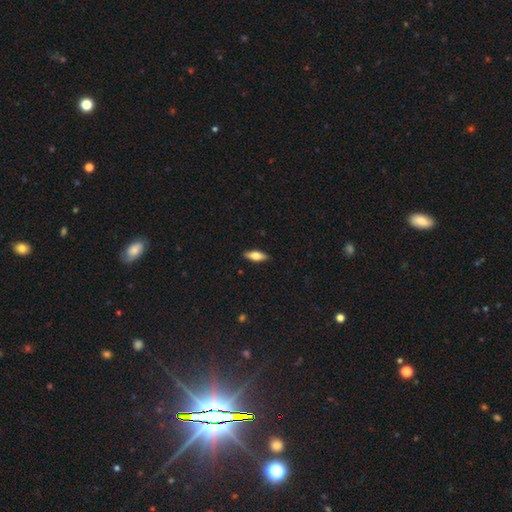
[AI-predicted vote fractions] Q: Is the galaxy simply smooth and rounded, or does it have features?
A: smooth — 70%.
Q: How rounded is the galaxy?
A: in between — 69%.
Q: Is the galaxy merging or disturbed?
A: none — 89%.